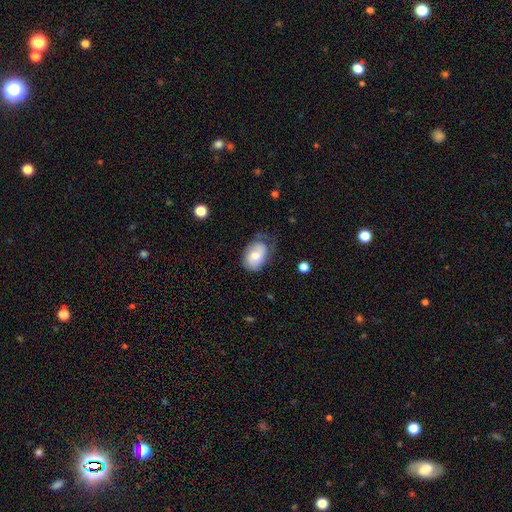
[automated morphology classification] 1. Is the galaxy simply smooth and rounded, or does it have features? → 67% smooth, 26% featured or disk, 7% star or artifact.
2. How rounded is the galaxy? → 83% in between, 16% round, 1% cigar-shaped.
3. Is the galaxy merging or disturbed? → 47% none, 35% minor disturbance, 16% major disturbance, 2% merger.